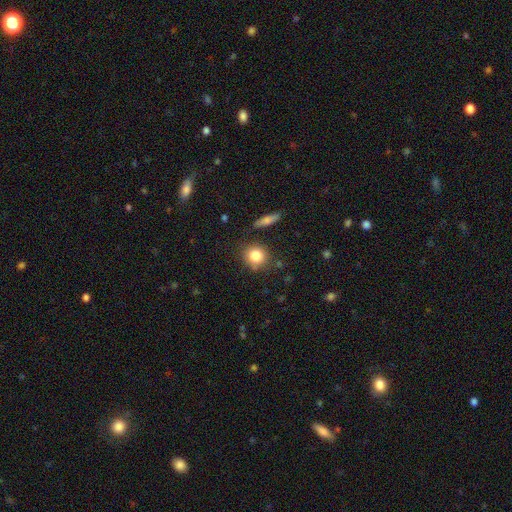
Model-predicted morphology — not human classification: This appears to be a smooth galaxy with no disk features (82%) that is round (86%). Merging: none (81%).